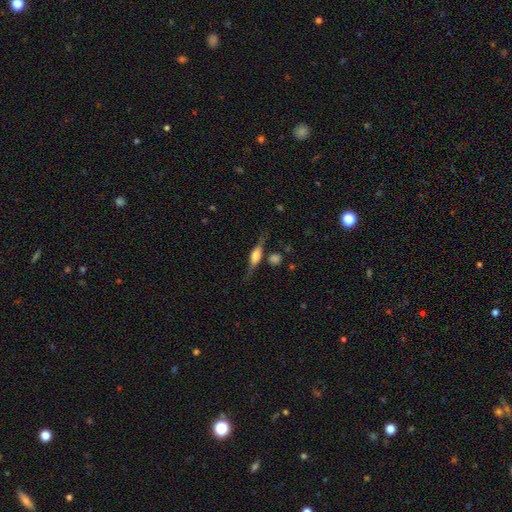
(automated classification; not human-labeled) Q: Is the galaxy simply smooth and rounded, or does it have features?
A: featured or disk — 64%.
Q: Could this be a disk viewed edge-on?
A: yes — 91%.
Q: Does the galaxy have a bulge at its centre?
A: rounded — 79%.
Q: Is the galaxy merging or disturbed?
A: none — 71%.